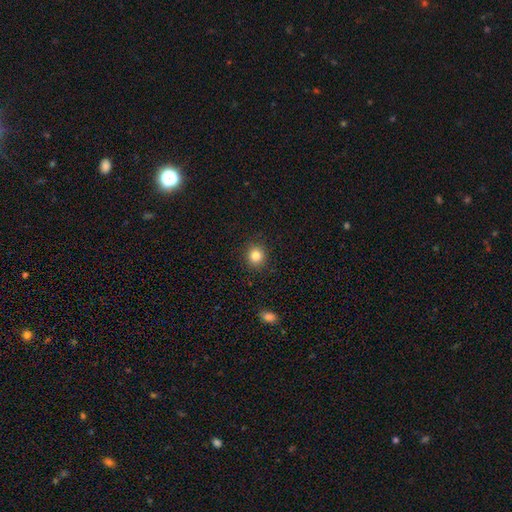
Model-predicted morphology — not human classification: Smooth or featured? smooth (83%)
How rounded? round (87%)
Merging? none (91%)